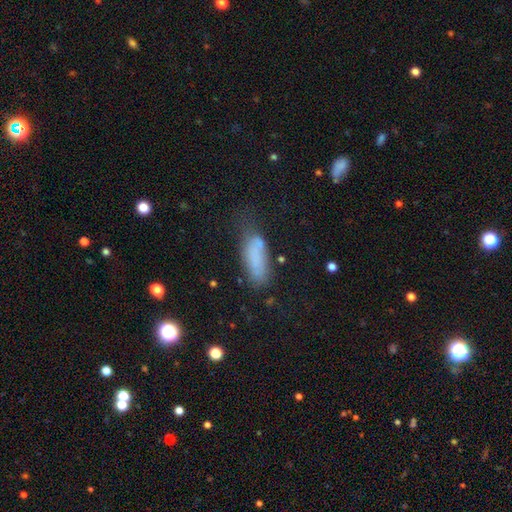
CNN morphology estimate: Smooth or featured: smooth — 73% (featured or disk — 15%)
How rounded: in between — 64% (cigar-shaped — 33%)
Merging: none — 46% (minor disturbance — 29%)